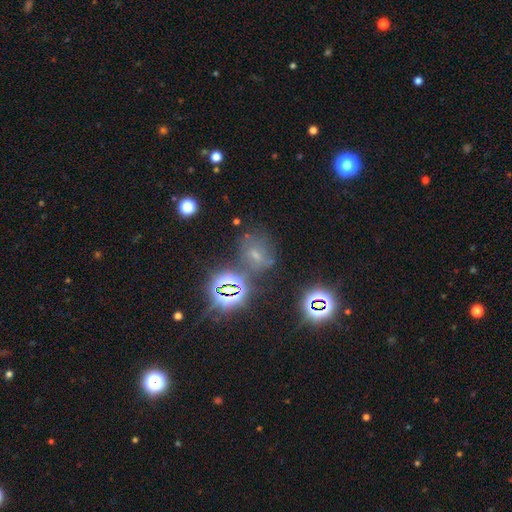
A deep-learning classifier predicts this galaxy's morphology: A star or artifact, not a galaxy (46%).